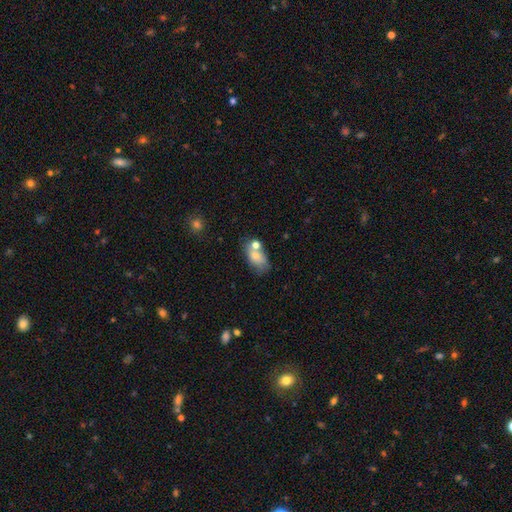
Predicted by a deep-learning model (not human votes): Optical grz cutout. It shows a smooth galaxy with no disk features (69%) that is in between round and cigar-shaped (86%). Merging: none (39%).